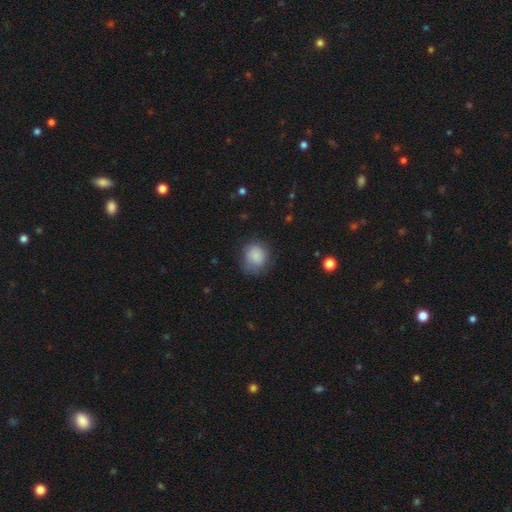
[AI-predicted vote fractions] This is clearly a smooth galaxy (86%). How rounded: likely round (76%). Merging: likely none (70%).